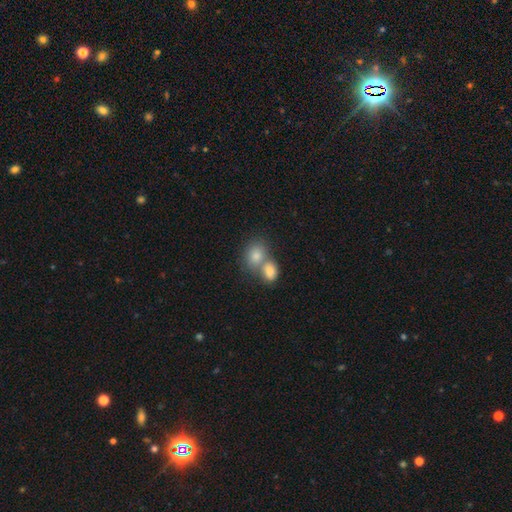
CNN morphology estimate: Overall: smooth (81%). How rounded: in between (54%; round 45%). Merging: merger (59%; none 30%).